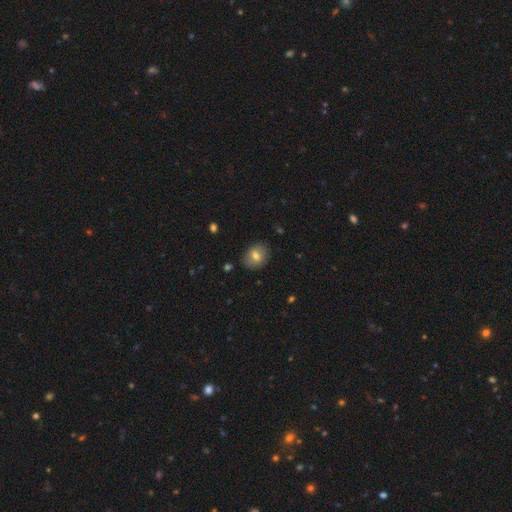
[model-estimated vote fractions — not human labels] A smooth galaxy with no disk features (71%) that is round (53%).

Vote fractions:
- Smooth or featured? smooth: 71% / featured or disk: 19% / star or artifact: 10%
- How rounded? round: 53% / in between: 46% / cigar-shaped: 1%
- Merging? none: 82% / minor disturbance: 13% / major disturbance: 3% / merger: 2%